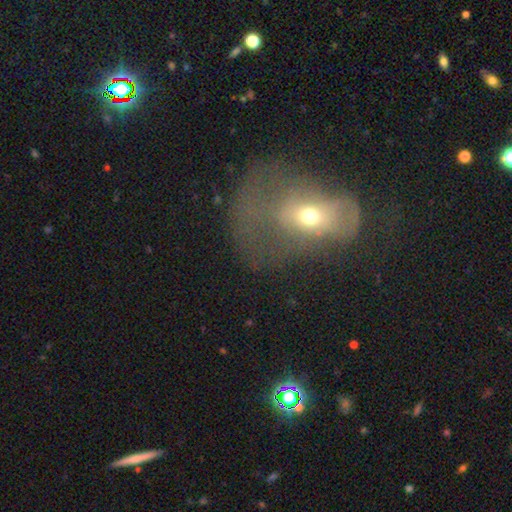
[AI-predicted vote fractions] This appears to be a featured or disk galaxy (41%, tied with smooth). Merging: major disturbance (57%).